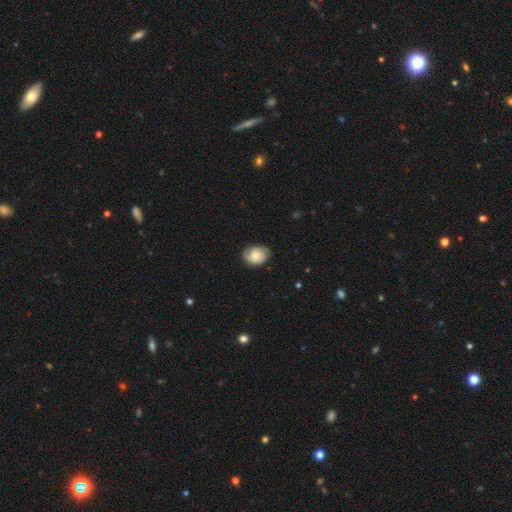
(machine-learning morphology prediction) Smooth or featured? Predicted: smooth (p=0.50). Merging? Predicted: none (p=0.74).